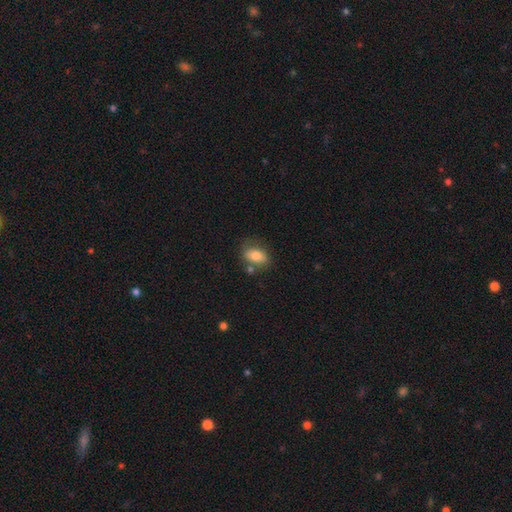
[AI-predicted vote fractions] Q: Smooth or featured?
A: smooth (76%); runner-up: featured or disk (16%)
Q: How rounded?
A: in between (83%); runner-up: round (14%)
Q: Merging?
A: none (65%); runner-up: minor disturbance (18%)